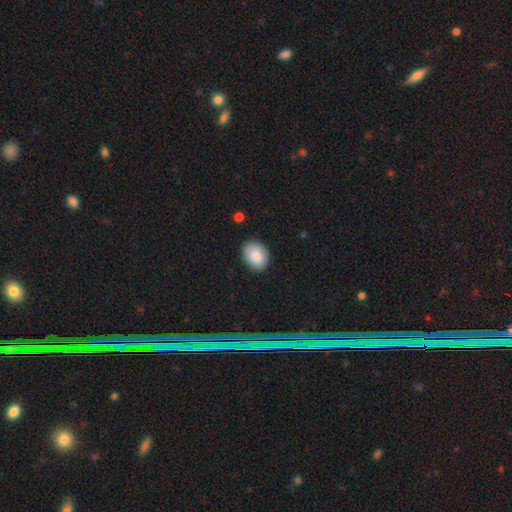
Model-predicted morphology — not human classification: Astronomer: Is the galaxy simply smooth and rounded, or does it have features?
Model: smooth — 86%.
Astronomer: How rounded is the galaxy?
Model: in between — 75%.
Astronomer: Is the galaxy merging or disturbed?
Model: none — 85%.